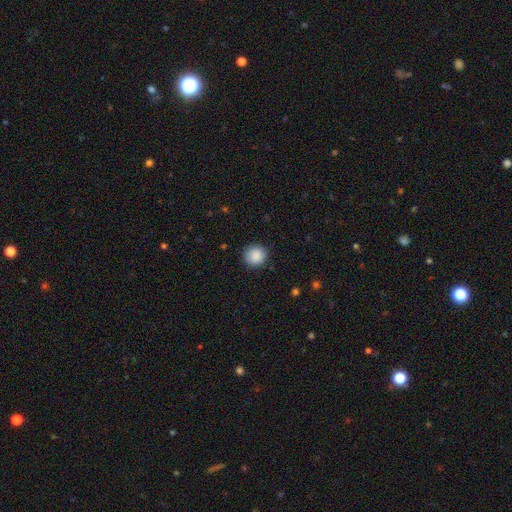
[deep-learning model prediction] Smooth or featured: smooth — 89% (star or artifact — 8%)
How rounded: round — 92% (in between — 7%)
Merging: none — 88% (minor disturbance — 9%)